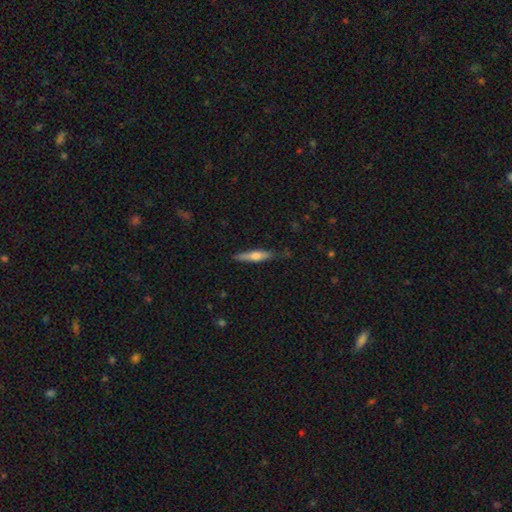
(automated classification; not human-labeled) This appears to be a smooth galaxy with no disk features (55%) that is cigar-shaped (84%). Merging: none (81%).